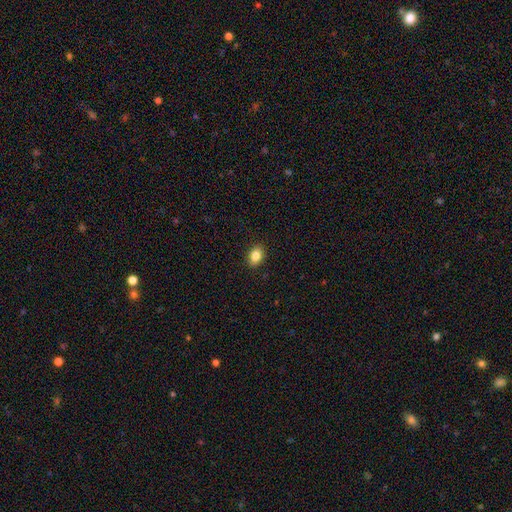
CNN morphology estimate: This is clearly a smooth galaxy (84%). How rounded: likely in between (76%). Merging: clearly none (89%).